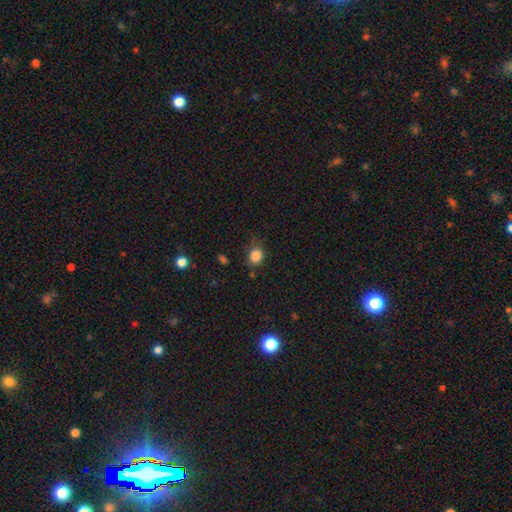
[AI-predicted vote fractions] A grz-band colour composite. It shows a smooth galaxy with no disk features (85%) that is round (65%). Merging: none (70%).